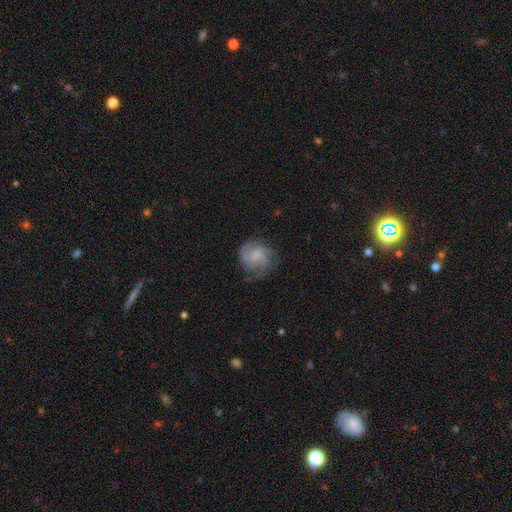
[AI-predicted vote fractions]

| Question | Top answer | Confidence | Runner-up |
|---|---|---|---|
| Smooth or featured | featured or disk | 68% | smooth (24%) |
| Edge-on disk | no | 98% | yes (2%) |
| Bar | no | 61% | weak (34%) |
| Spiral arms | yes | 93% | no (7%) |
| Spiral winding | medium | 49% | tight (33%) |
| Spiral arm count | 3 | 35% | 2 (29%) |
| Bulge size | small | 41% | moderate (27%) |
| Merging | none | 68% | minor disturbance (20%) |